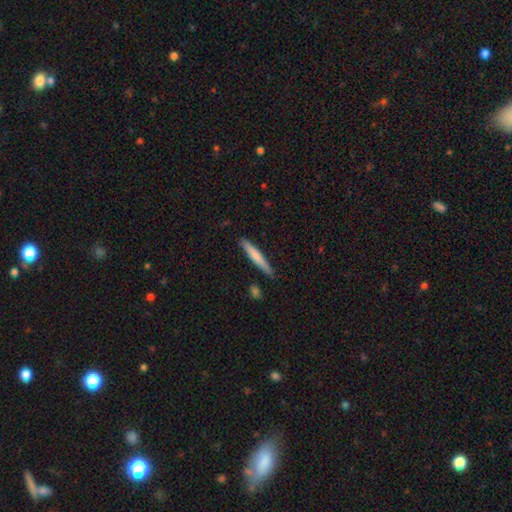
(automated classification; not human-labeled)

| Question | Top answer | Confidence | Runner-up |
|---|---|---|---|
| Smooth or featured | smooth | 71% | featured or disk (24%) |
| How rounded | cigar-shaped | 95% | in between (4%) |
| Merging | none | 84% | minor disturbance (12%) |